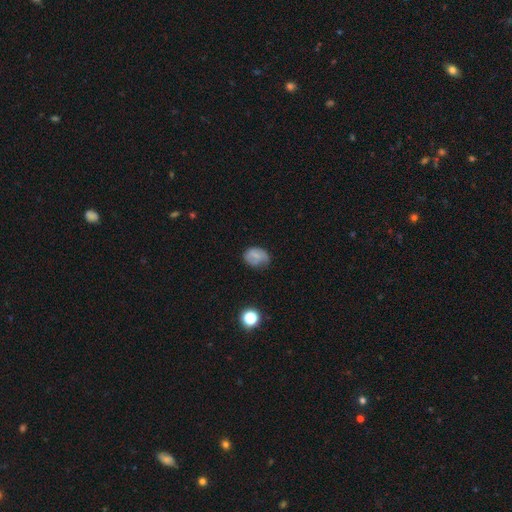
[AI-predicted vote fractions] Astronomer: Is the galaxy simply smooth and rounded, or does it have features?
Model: smooth — 65%.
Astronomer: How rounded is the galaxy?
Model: in between — 64%.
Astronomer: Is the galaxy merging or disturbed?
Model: none — 54% (runner-up: minor disturbance, 32%).